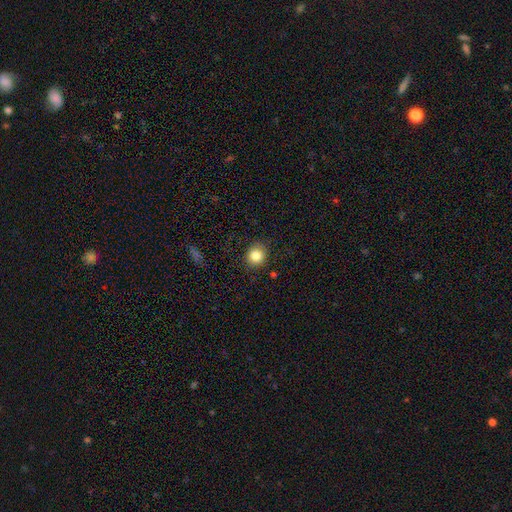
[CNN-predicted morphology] Smooth or featured? smooth (84%)
How rounded? round (86%)
Merging? none (88%)